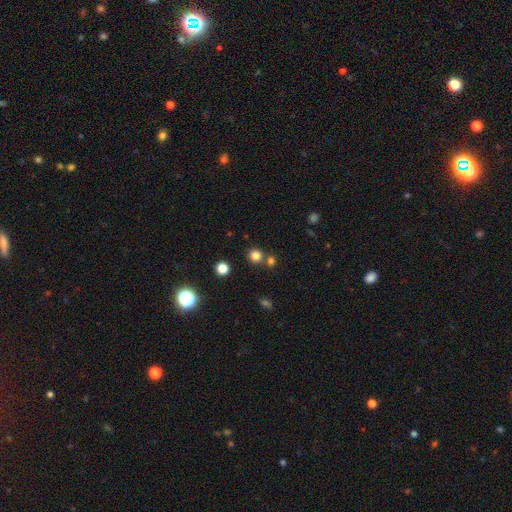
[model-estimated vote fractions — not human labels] smooth_or_featured: smooth (p=0.79) [alt: star or artifact p=0.16]
how_rounded: round (p=0.91) [alt: in between p=0.08]
merging: none (p=0.73) [alt: merger p=0.17]